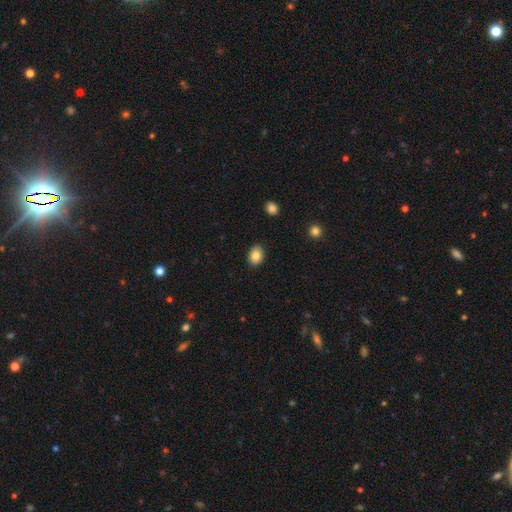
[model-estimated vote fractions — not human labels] smooth 84%, star or artifact 8%, featured or disk 8%. Down the decision tree: how rounded — in between (76%); merging — none (88%).